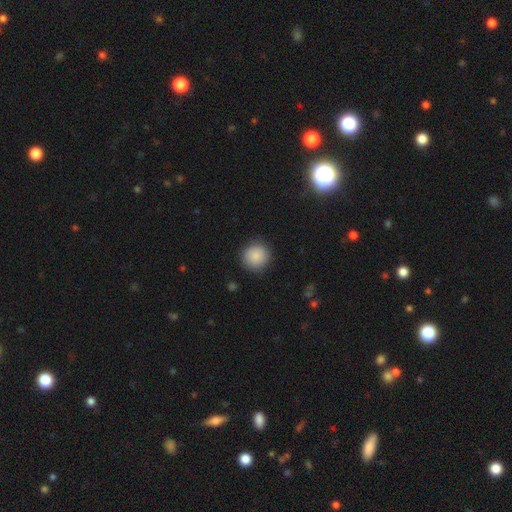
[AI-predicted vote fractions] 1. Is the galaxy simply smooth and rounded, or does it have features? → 87% smooth, 8% star or artifact, 5% featured or disk.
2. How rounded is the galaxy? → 94% round, 5% in between, 1% cigar-shaped.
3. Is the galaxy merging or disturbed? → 89% none, 7% minor disturbance, 2% major disturbance, 1% merger.